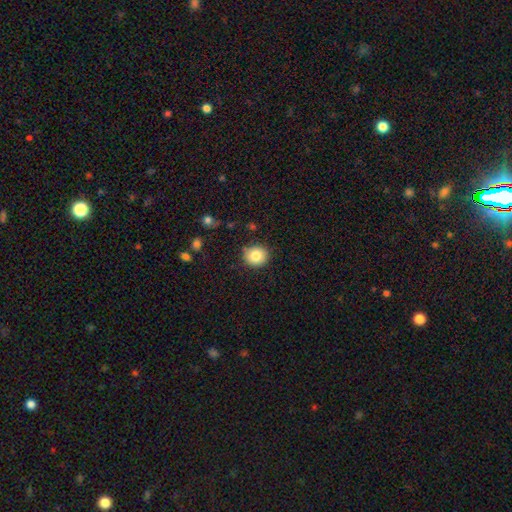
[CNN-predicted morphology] Smooth or featured: smooth — 84% (star or artifact — 9%)
How rounded: round — 85% (in between — 14%)
Merging: none — 87% (minor disturbance — 9%)